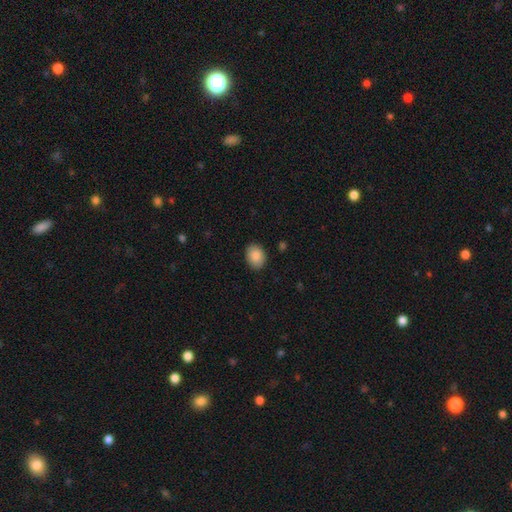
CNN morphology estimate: Smooth or featured? Predicted: smooth (p=0.88). How rounded? Predicted: in between (p=0.60). Merging? Predicted: none (p=0.88).